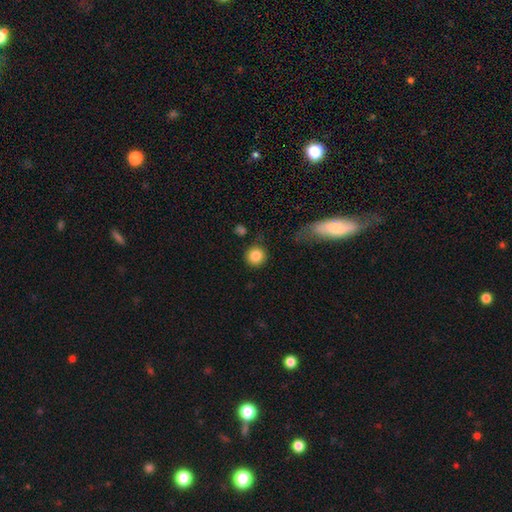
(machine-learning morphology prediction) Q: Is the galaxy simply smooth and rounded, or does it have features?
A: smooth — 85%.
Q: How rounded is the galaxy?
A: round — 94%.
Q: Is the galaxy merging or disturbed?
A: none — 83%.